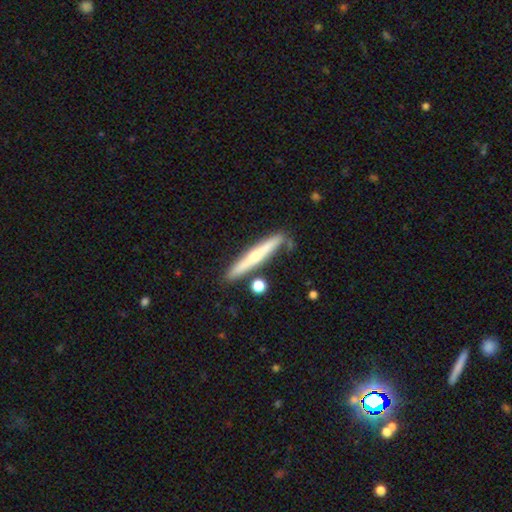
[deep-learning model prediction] This is possibly a featured or disk galaxy (48%). Merging: clearly none (80%).